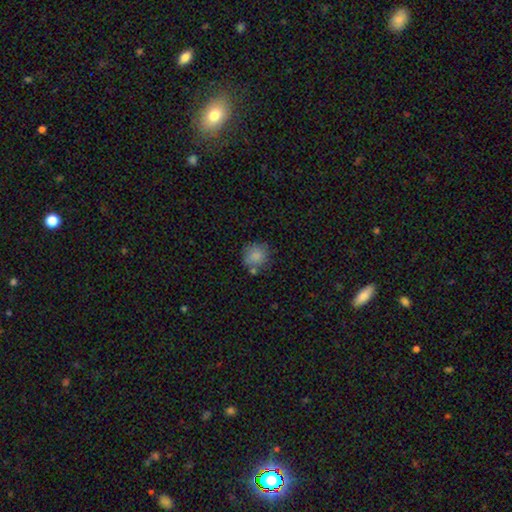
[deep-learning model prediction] A smooth galaxy with no disk features (83%) that is round (85%).

Vote fractions:
- Smooth or featured? smooth: 83% / star or artifact: 9% / featured or disk: 8%
- How rounded? round: 85% / in between: 14% / cigar-shaped: 1%
- Merging? none: 65% / minor disturbance: 18% / merger: 11% / major disturbance: 6%